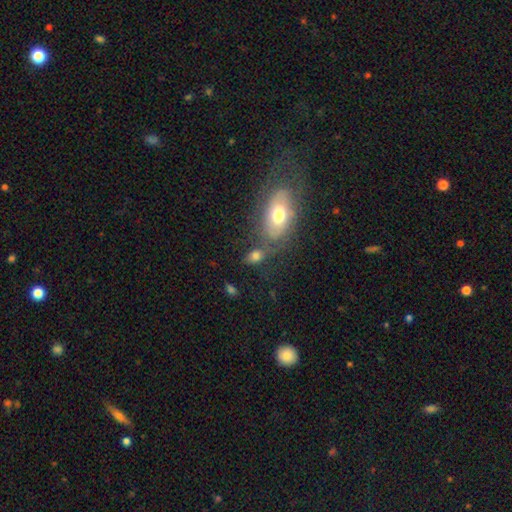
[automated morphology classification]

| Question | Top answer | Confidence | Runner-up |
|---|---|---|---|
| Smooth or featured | smooth | 65% | featured or disk (21%) |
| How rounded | in between | 79% | round (17%) |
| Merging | none | 54% | merger (21%) |